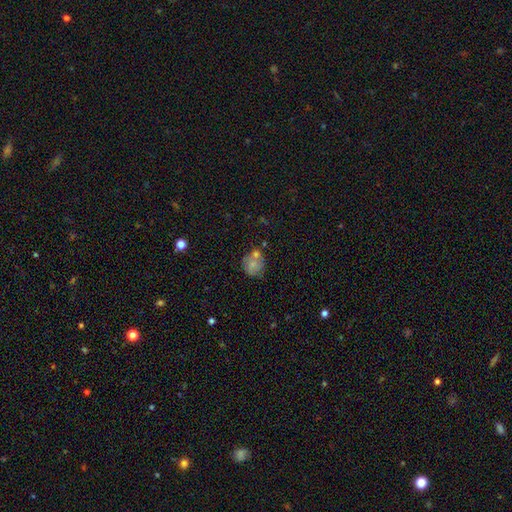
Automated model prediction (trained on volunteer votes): This appears to be a smooth galaxy with no disk features (56%) that is round (77%). Merging: none (59%).